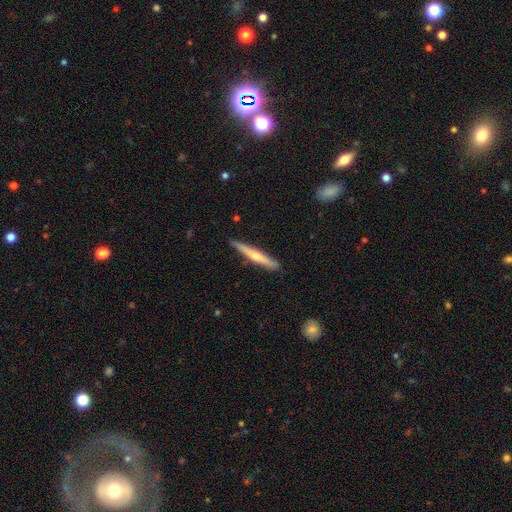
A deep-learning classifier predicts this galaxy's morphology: A featured or disk galaxy (51%) viewed edge-on (96%). Merging: none (88%).